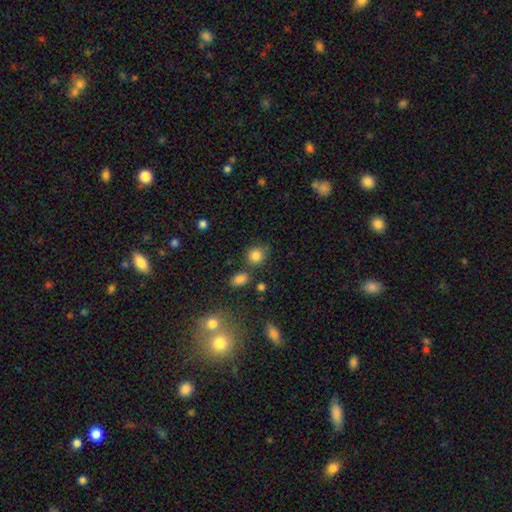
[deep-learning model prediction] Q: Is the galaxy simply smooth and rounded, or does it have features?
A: smooth — 84%.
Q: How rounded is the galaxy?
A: round — 80%.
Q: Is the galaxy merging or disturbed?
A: none — 71%.